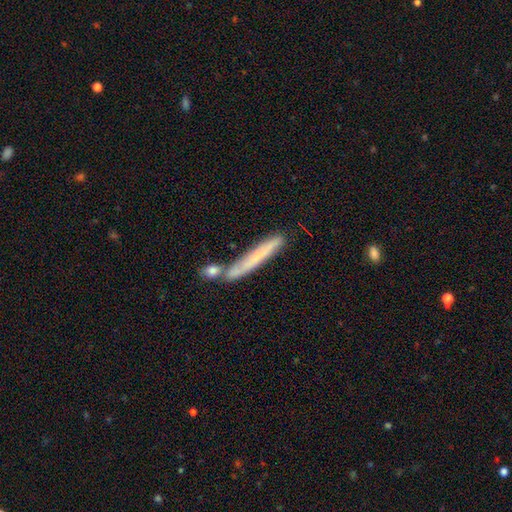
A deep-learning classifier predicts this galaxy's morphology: Smooth or featured: smooth — 60% (featured or disk — 31%)
How rounded: cigar-shaped — 95% (in between — 4%)
Merging: none — 67% (minor disturbance — 14%)